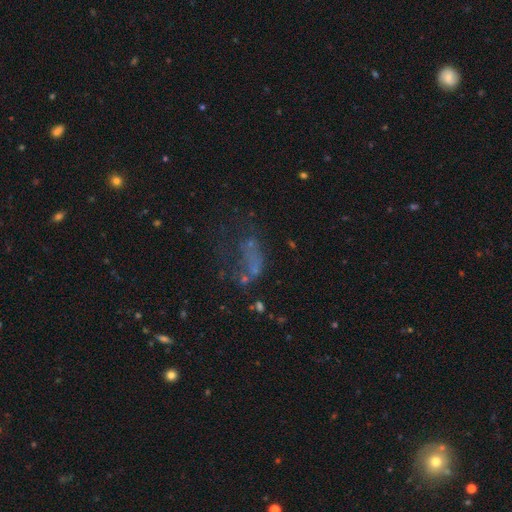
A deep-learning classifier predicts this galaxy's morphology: featured or disk 36%, star or artifact 32%, smooth 32%. Down the decision tree: merging — major disturbance (38%).